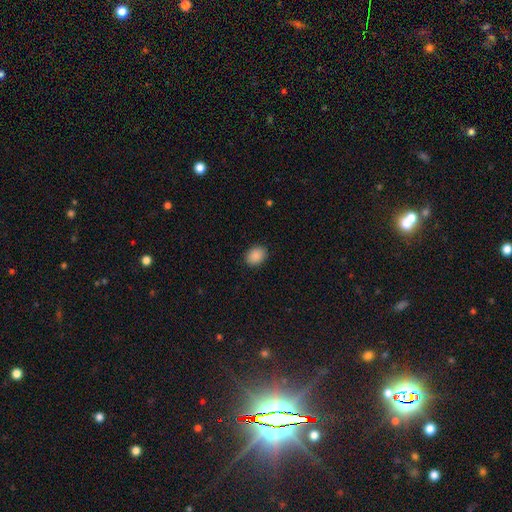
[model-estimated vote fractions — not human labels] Smooth or featured? Predicted: smooth (p=0.89). How rounded? Predicted: in between (p=0.56). Merging? Predicted: none (p=0.89).